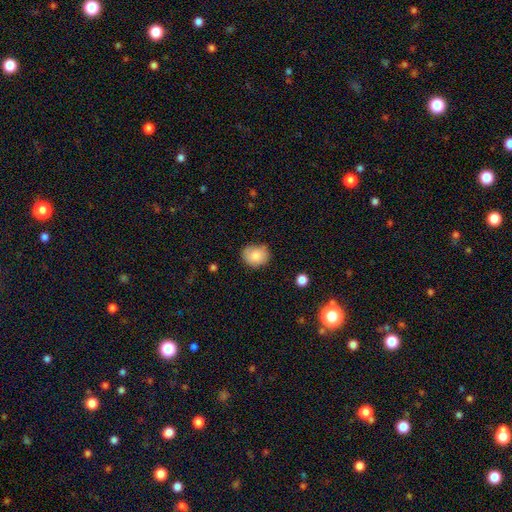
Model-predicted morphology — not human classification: This appears to be a smooth galaxy with no disk features (84%) that is round (64%). Merging: none (67%).